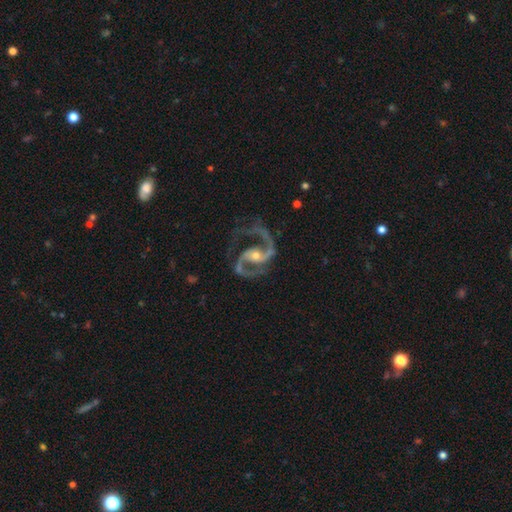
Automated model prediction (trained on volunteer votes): smooth_or_featured: featured or disk (p=0.94) [alt: star or artifact p=0.04]
disk_edge_on: no (p=0.98) [alt: yes p=0.02]
bar: no (p=0.42) [alt: weak p=0.33]
has_spiral_arms: yes (p=0.98) [alt: no p=0.02]
spiral_winding: medium (p=0.64) [alt: loose p=0.25]
spiral_arm_count: 2 (p=0.93) [alt: 1 p=0.02]
bulge_size: moderate (p=0.51) [alt: small p=0.45]
merging: none (p=0.71) [alt: minor disturbance p=0.15]